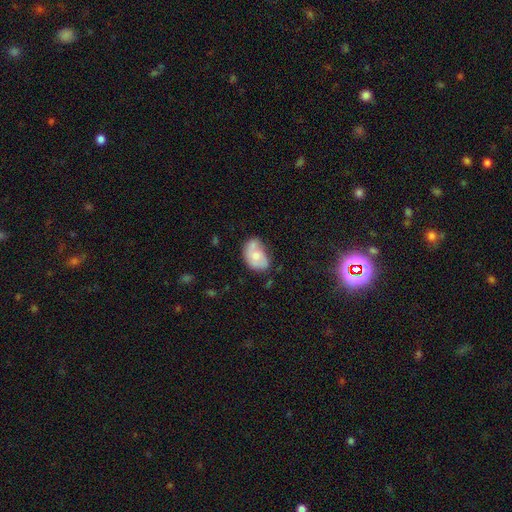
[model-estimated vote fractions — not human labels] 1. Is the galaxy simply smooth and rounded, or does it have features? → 61% smooth, 32% featured or disk, 7% star or artifact.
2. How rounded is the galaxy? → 84% in between, 15% round, 1% cigar-shaped.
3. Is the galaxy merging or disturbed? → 41% none, 33% minor disturbance, 15% merger, 12% major disturbance.